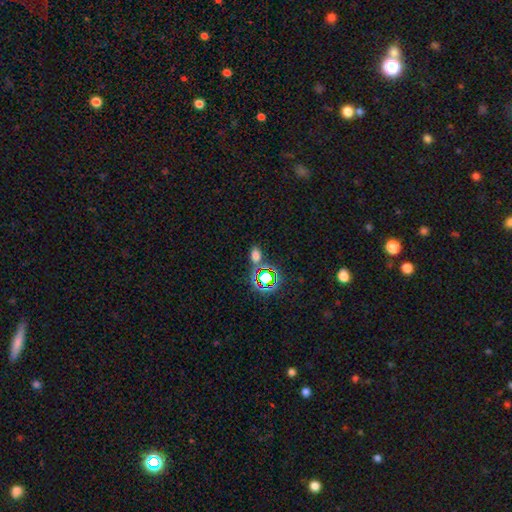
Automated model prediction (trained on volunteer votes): The model was most divided on "smooth or featured": smooth: 61%, star or artifact: 32%, featured or disk: 7%. More confident: how rounded — in between (79%); merging — none (71%).